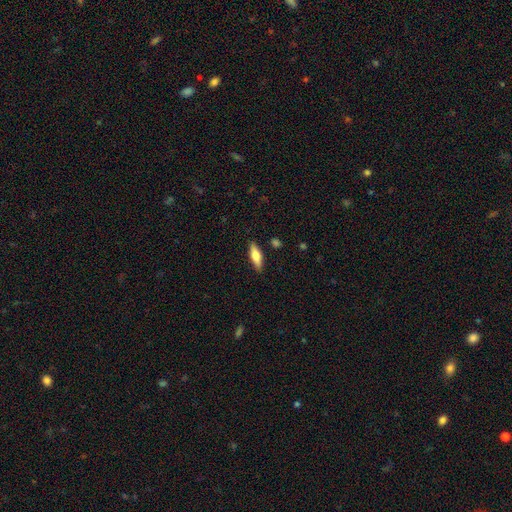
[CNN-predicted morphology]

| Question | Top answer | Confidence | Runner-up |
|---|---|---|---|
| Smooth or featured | smooth | 61% | featured or disk (33%) |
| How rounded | cigar-shaped | 55% | in between (43%) |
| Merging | none | 87% | minor disturbance (9%) |